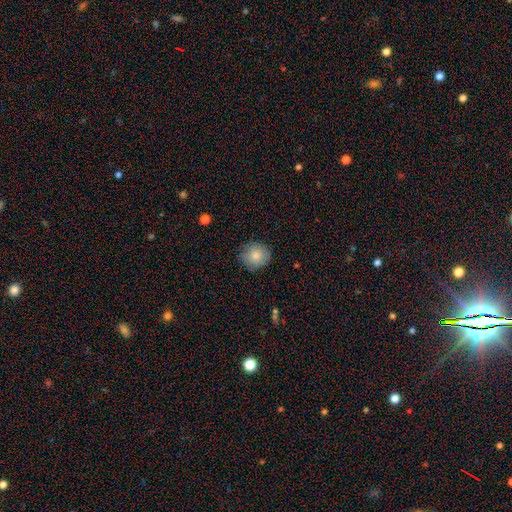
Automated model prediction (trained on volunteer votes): smooth_or_featured: smooth (p=0.82) [alt: featured or disk p=0.10]
how_rounded: round (p=0.81) [alt: in between p=0.18]
merging: none (p=0.80) [alt: minor disturbance p=0.16]